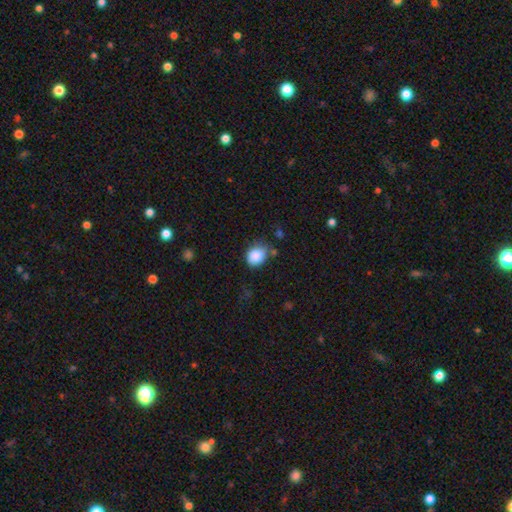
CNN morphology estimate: A smooth galaxy with no disk features (87%) that is round (54%). Merging: none (66%).